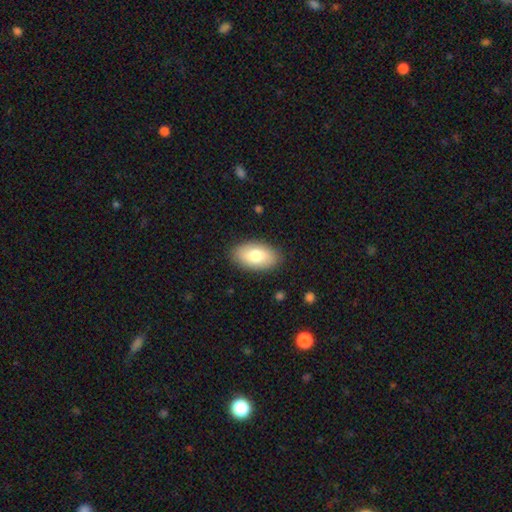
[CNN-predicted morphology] type=smooth (78%); roundness=in between (94%); merging=none (87%).